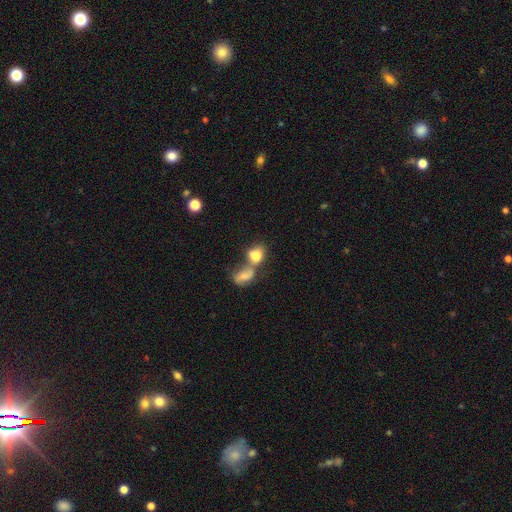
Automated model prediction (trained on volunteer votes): The model was most divided on "how rounded": in between: 62%, round: 35%, cigar-shaped: 3%. More confident: smooth or featured — smooth (76%); merging — merger (63%).